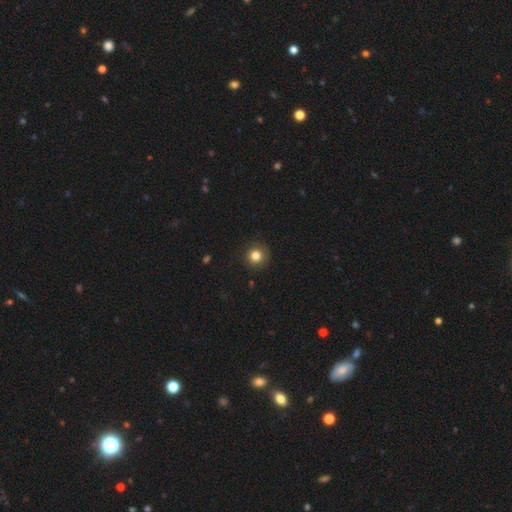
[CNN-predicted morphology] Smooth or featured: smooth — 81% (star or artifact — 11%)
How rounded: round — 94% (in between — 5%)
Merging: none — 88% (minor disturbance — 9%)